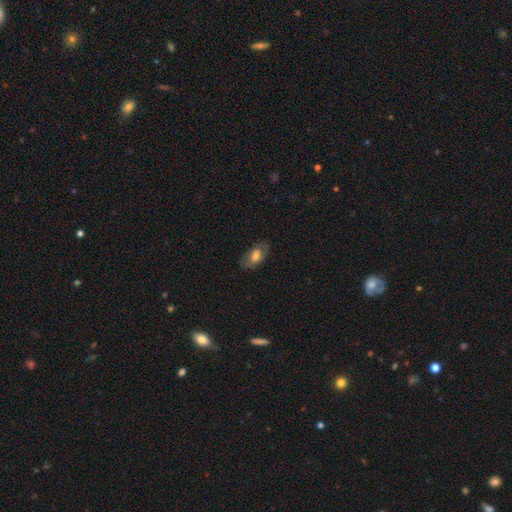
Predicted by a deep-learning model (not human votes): Q: Smooth or featured?
A: smooth (66%); runner-up: featured or disk (26%)
Q: How rounded?
A: in between (91%); runner-up: round (7%)
Q: Merging?
A: none (75%); runner-up: minor disturbance (18%)